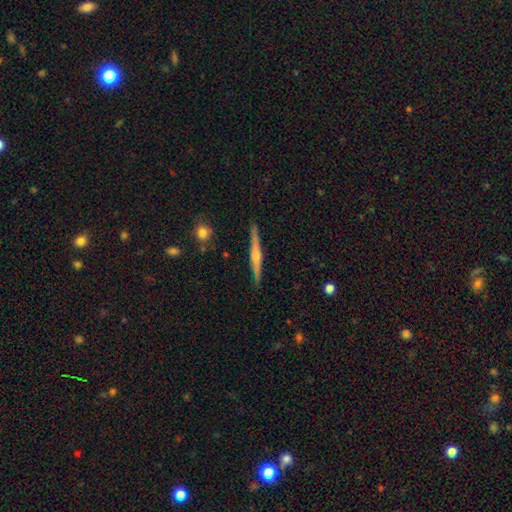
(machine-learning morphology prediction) smooth-or-featured: featured or disk: 76% | smooth: 18% | star or artifact: 6%
  disk-edge-on: yes: 98% | no: 2%
    edge-on-bulge: rounded: 75% | boxy: 16% | none: 9%
  merging: none: 91% | minor disturbance: 7% | major disturbance: 1% | merger: 1%